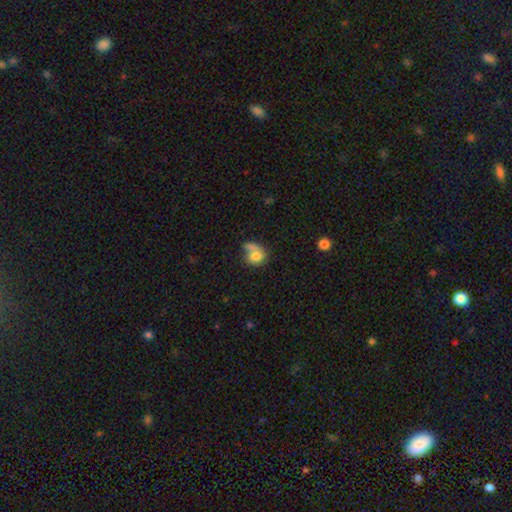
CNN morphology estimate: Overall: smooth (75%). How rounded: round (57%; in between 42%). Merging: merger (39%; none 33%).